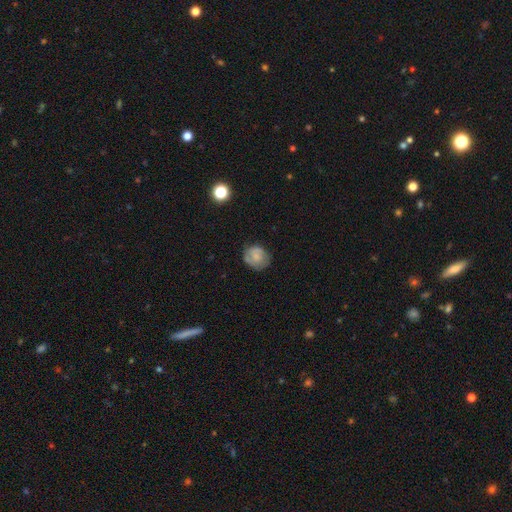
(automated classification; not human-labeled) Overall: smooth (58%; featured or disk 33%). How rounded: round (71%). Merging: none (67%).